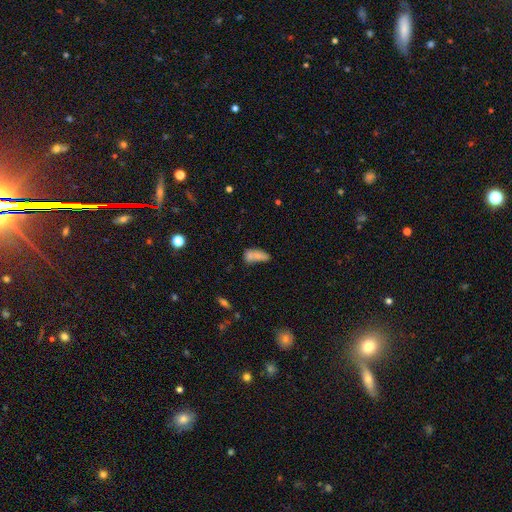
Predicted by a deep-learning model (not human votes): Overall: smooth (74%). How rounded: in between (77%). Merging: merger (33%, tied with none).